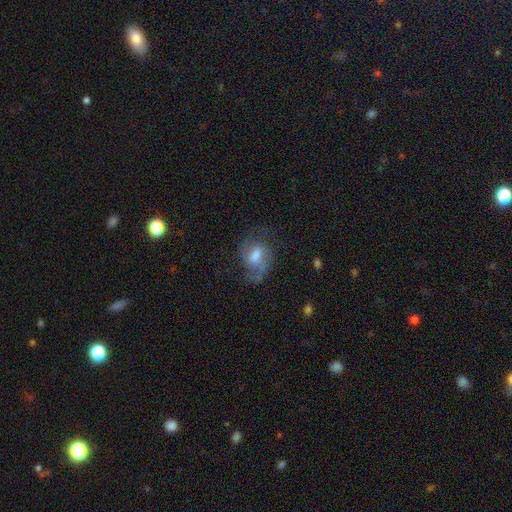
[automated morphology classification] smooth-or-featured: featured or disk: 62% | smooth: 28% | star or artifact: 10%
  disk-edge-on: no: 95% | yes: 5%
    bar: weak: 53% | no: 27% | strong: 20%
    has-spiral-arms: yes: 85% | no: 15%
      spiral-winding: medium: 49% | loose: 31% | tight: 21%
      spiral-arm-count: 2: 74% | can't tell: 13% | 1: 8% | 3: 3% | 4: 1% | more than 4: 1%
    bulge-size: moderate: 48% | large: 21% | small: 19% | none: 10% | dominant: 2%
  merging: none: 57% | minor disturbance: 22% | major disturbance: 18% | merger: 2%